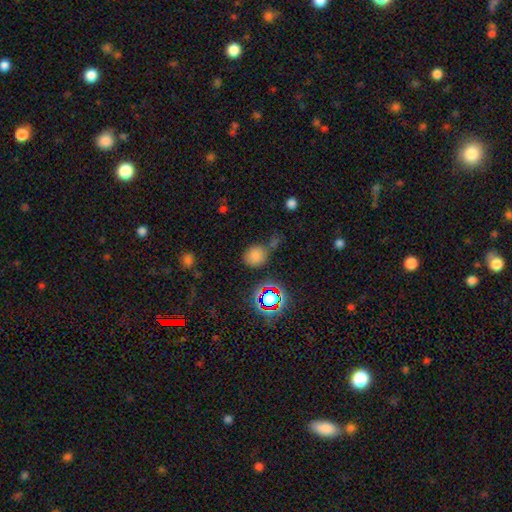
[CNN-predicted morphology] Q: Smooth or featured?
A: smooth (71%); runner-up: star or artifact (22%)
Q: How rounded?
A: round (68%); runner-up: in between (31%)
Q: Merging?
A: none (63%); runner-up: minor disturbance (17%)